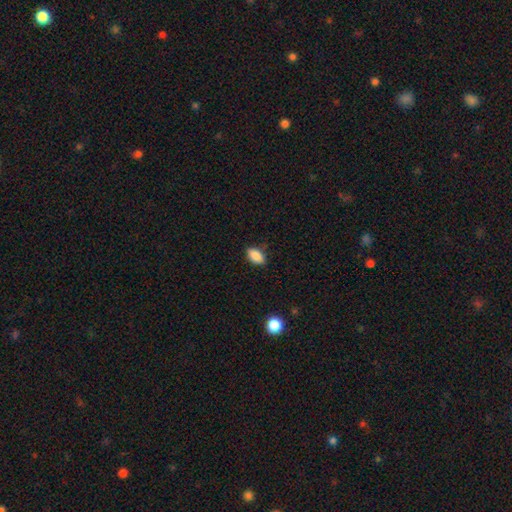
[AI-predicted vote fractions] A smooth galaxy with no disk features (88%) that is in between round and cigar-shaped (91%).

Vote fractions:
- Smooth or featured? smooth: 88% / star or artifact: 8% / featured or disk: 4%
- How rounded? in between: 91% / round: 6% / cigar-shaped: 3%
- Merging? none: 82% / minor disturbance: 14% / major disturbance: 3% / merger: 1%